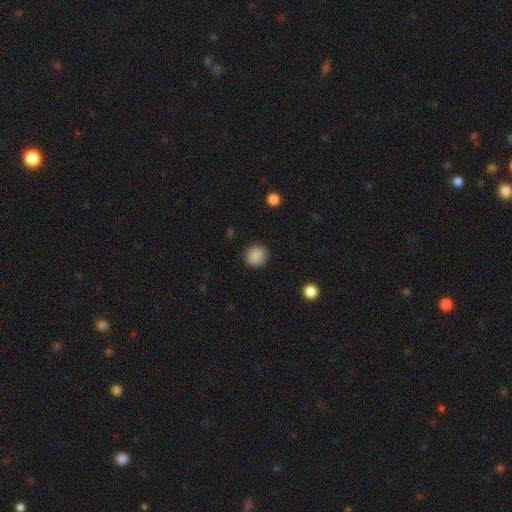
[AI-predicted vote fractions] Smooth or featured? Predicted: smooth (p=0.88). How rounded? Predicted: round (p=0.89). Merging? Predicted: none (p=0.90).